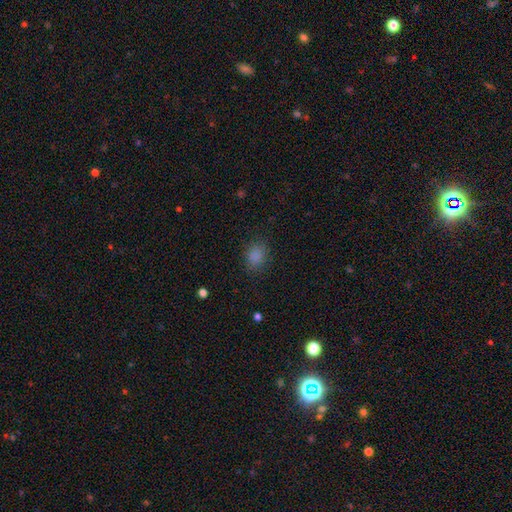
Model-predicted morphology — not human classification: A smooth galaxy with no disk features (84%) that is round (52%). Merging: none (83%).